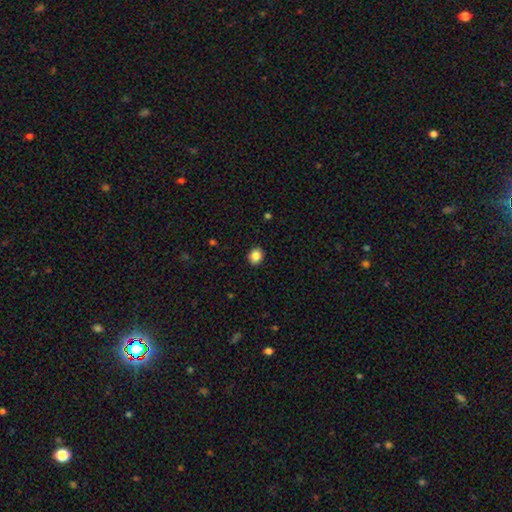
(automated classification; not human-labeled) Smooth or featured? Predicted: smooth (p=0.87). How rounded? Predicted: round (p=0.71). Merging? Predicted: none (p=0.91).